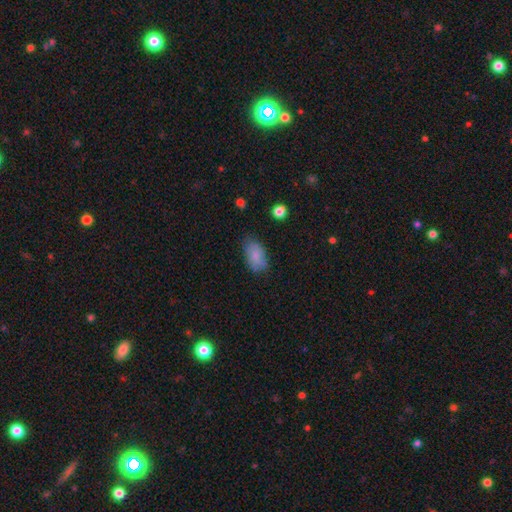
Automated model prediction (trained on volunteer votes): smooth-or-featured: smooth: 81% | featured or disk: 12% | star or artifact: 8%
  how-rounded: in between: 93% | round: 5% | cigar-shaped: 3%
  merging: none: 66% | minor disturbance: 26% | major disturbance: 6% | merger: 2%